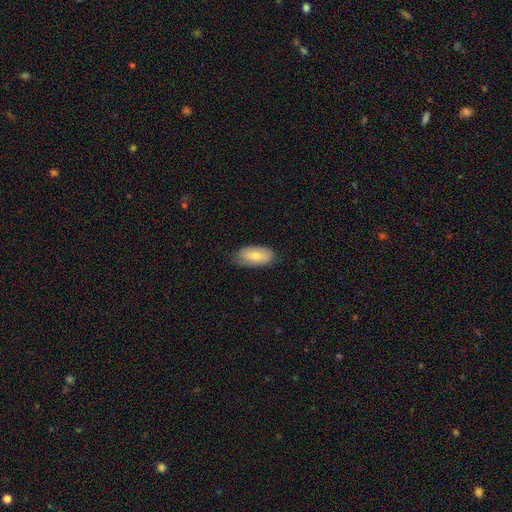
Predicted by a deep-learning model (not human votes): smooth_or_featured: smooth (p=0.77) [alt: featured or disk p=0.17]
how_rounded: in between (p=0.91) [alt: cigar-shaped p=0.07]
merging: none (p=0.73) [alt: minor disturbance p=0.22]